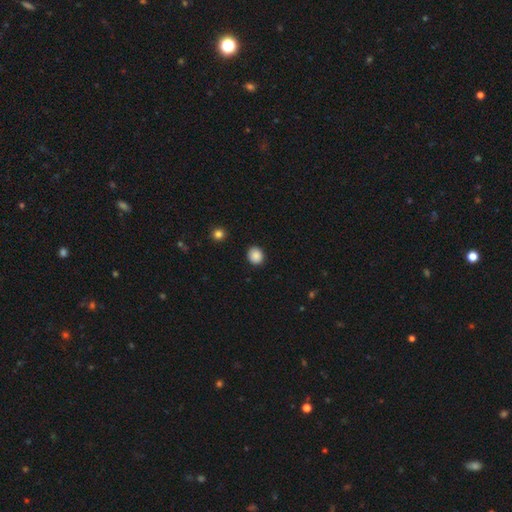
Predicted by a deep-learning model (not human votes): Overall: smooth (88%). How rounded: round (78%). Merging: none (91%).